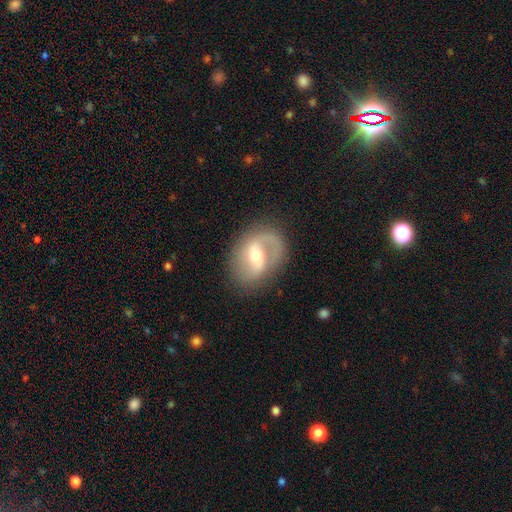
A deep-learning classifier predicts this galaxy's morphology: Overall: featured or disk (79%). Edge-on disk: no (97%). Bar: weak (51%; strong 28%). Spiral arms: yes (89%). Spiral arm count: 2 (71%). Spiral winding: medium (46%; loose 38%). Bulge size: moderate (63%; small 29%). Merging: none (76%).